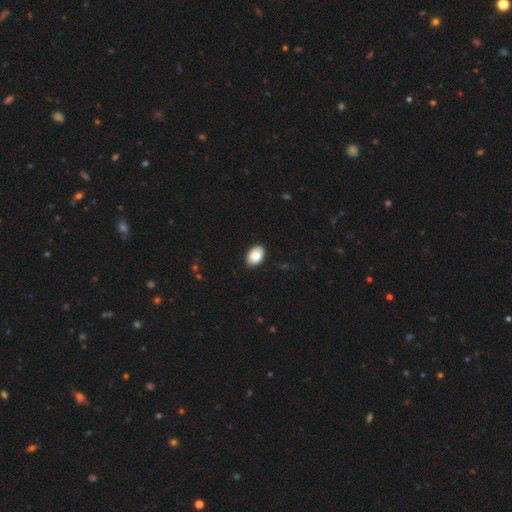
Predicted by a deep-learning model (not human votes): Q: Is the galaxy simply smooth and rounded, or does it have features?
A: smooth — 85%.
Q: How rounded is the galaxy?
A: in between — 88%.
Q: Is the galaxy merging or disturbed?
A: none — 88%.